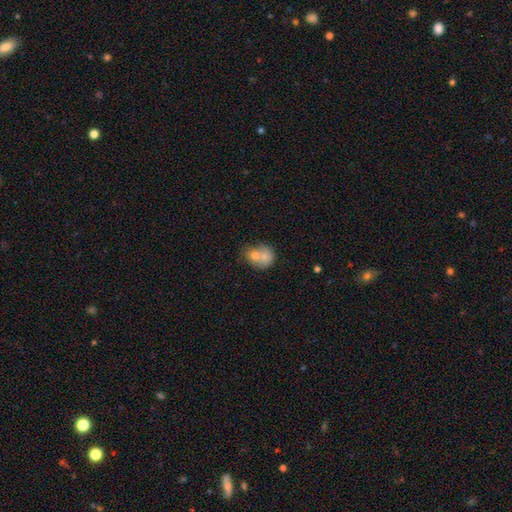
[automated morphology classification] A smooth galaxy with no disk features (69%) that is round (61%).

Vote fractions:
- Smooth or featured? smooth: 69% / featured or disk: 22% / star or artifact: 9%
- How rounded? round: 61% / in between: 38% / cigar-shaped: 1%
- Merging? merger: 65% / none: 24% / minor disturbance: 8% / major disturbance: 4%